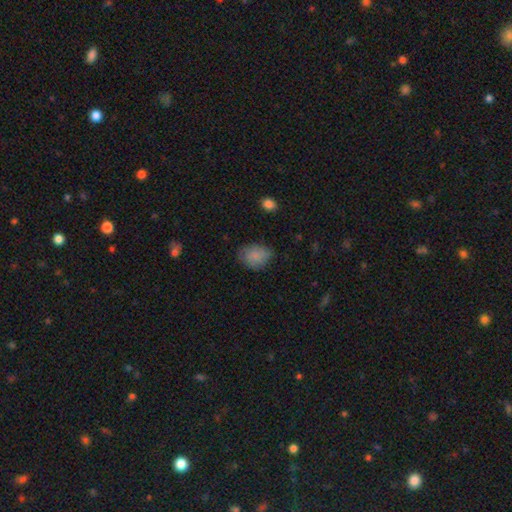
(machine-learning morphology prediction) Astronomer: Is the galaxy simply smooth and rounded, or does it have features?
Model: smooth — 83%.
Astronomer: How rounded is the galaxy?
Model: in between — 66%.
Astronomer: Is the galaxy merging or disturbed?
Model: none — 70%.